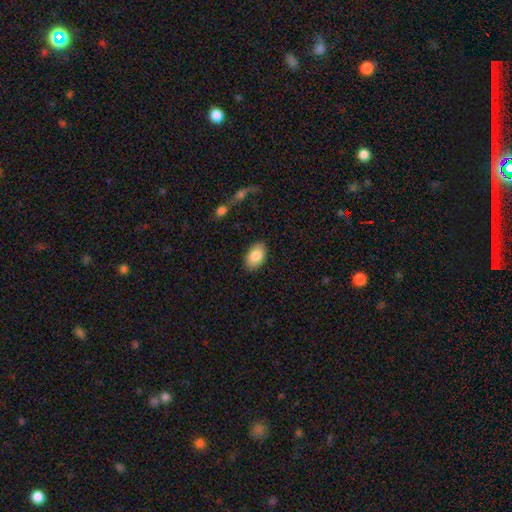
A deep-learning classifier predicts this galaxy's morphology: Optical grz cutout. It shows a smooth galaxy with no disk features (85%) that is in between round and cigar-shaped (92%). Merging: none (87%).